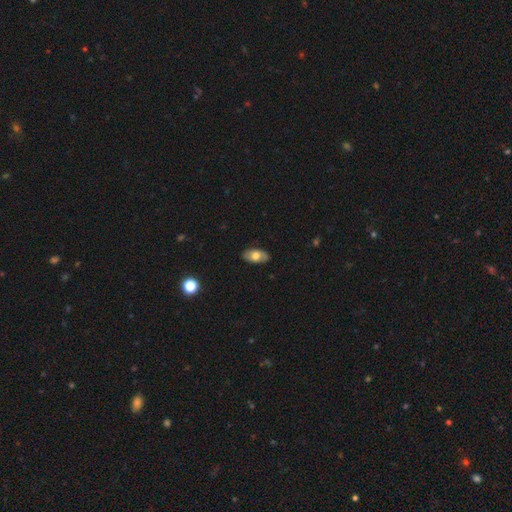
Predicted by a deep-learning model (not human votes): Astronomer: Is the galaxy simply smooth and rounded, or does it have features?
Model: smooth — 61%.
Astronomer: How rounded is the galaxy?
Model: in between — 93%.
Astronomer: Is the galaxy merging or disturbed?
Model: none — 85%.